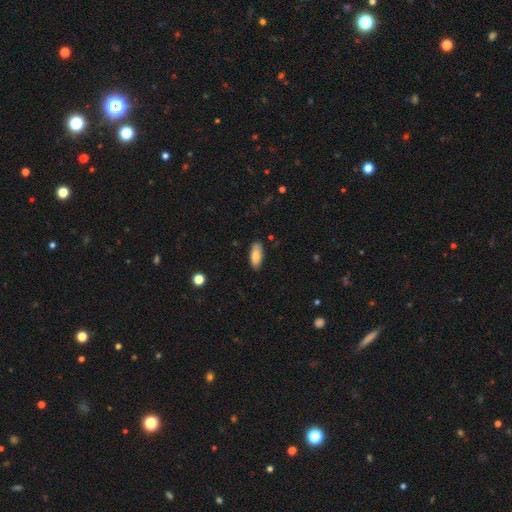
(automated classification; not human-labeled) smooth-or-featured: smooth: 81% | featured or disk: 13% | star or artifact: 7%
  how-rounded: in between: 79% | cigar-shaped: 19% | round: 2%
  merging: none: 86% | minor disturbance: 11% | major disturbance: 2% | merger: 1%